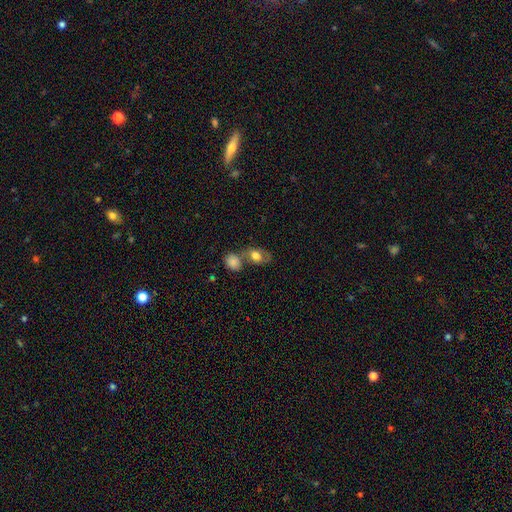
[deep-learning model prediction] This is likely a smooth galaxy (73%). How rounded: likely in between (77%). Merging: marginally merger (41%).